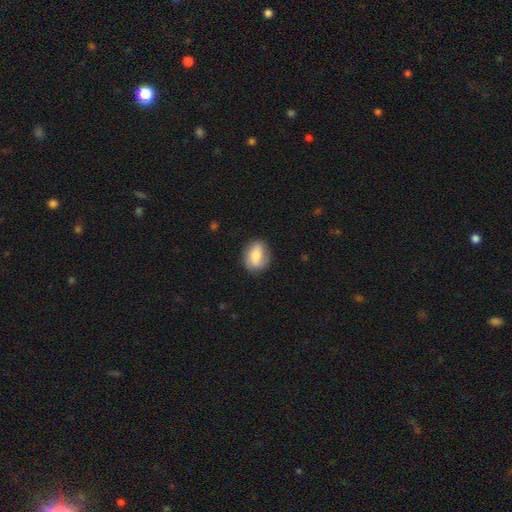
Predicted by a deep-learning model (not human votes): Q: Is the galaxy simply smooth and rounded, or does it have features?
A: smooth — 72%.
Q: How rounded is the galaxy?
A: in between — 64%.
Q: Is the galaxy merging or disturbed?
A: none — 77%.